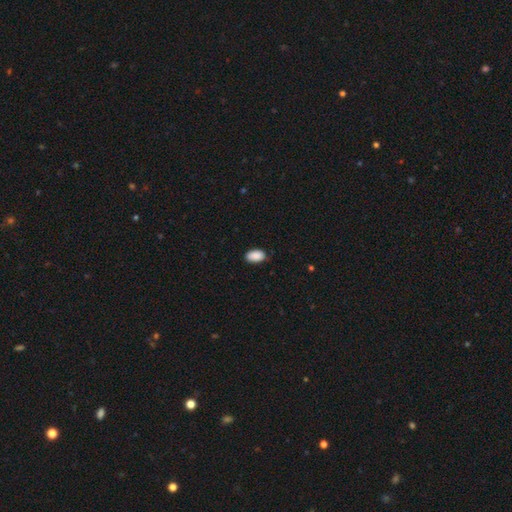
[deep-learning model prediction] smooth_or_featured: smooth (p=0.90) [alt: star or artifact p=0.07]
how_rounded: in between (p=0.93) [alt: round p=0.05]
merging: none (p=0.82) [alt: minor disturbance p=0.15]